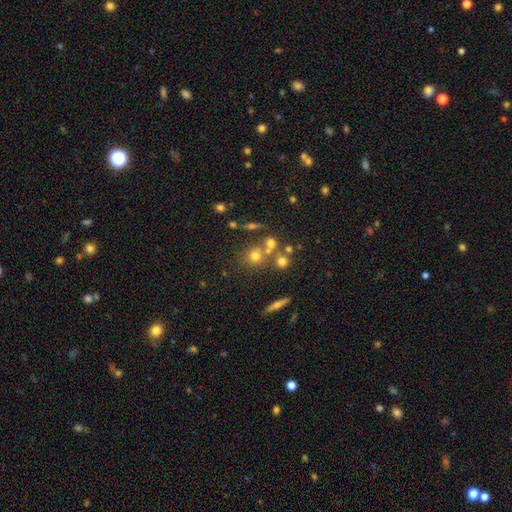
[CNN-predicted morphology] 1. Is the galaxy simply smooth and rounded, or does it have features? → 55% smooth, 25% star or artifact, 20% featured or disk.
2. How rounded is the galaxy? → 83% round, 15% in between, 2% cigar-shaped.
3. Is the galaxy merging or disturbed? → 56% none, 30% merger, 10% minor disturbance, 5% major disturbance.